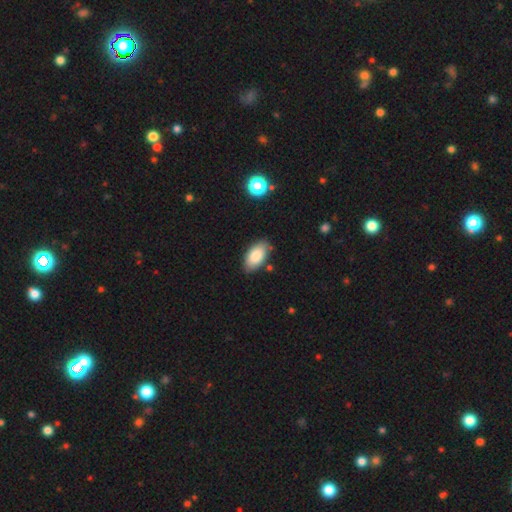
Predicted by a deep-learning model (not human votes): Smooth or featured?
  - smooth: 83% *
  - featured or disk: 10%
  - star or artifact: 7%
How rounded?
  - in between: 95% *
  - round: 3%
  - cigar-shaped: 2%
Merging?
  - none: 81% *
  - minor disturbance: 14%
  - major disturbance: 3%
  - merger: 2%